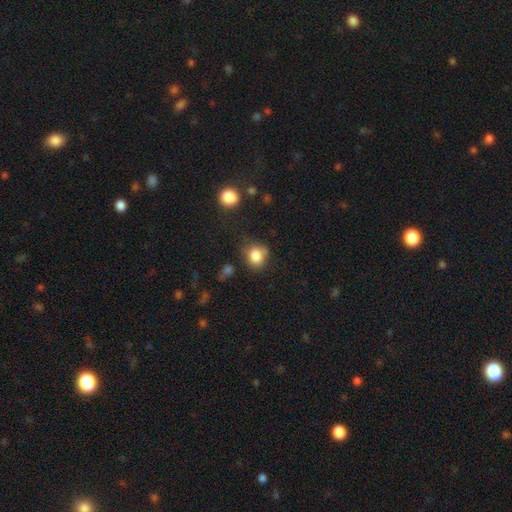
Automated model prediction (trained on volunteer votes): Q: Smooth or featured?
A: smooth (83%); runner-up: star or artifact (10%)
Q: How rounded?
A: round (69%); runner-up: in between (30%)
Q: Merging?
A: none (62%); runner-up: minor disturbance (24%)